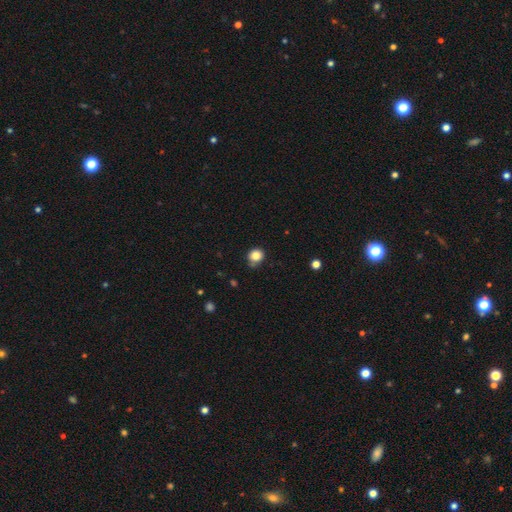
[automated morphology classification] Overall: smooth (83%). How rounded: round (81%). Merging: none (74%).